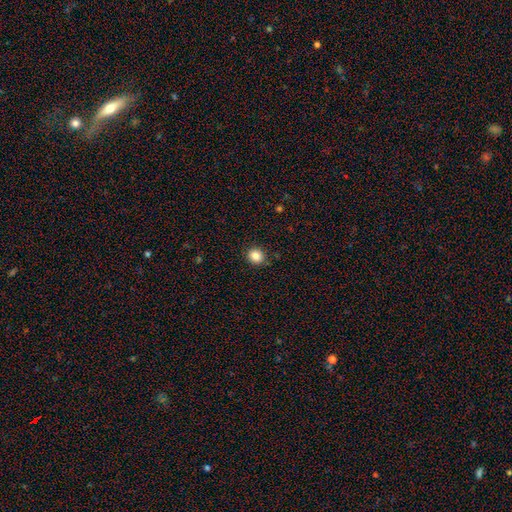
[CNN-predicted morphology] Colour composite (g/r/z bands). It shows a smooth galaxy with no disk features (86%) that is round (85%). Merging: none (90%).